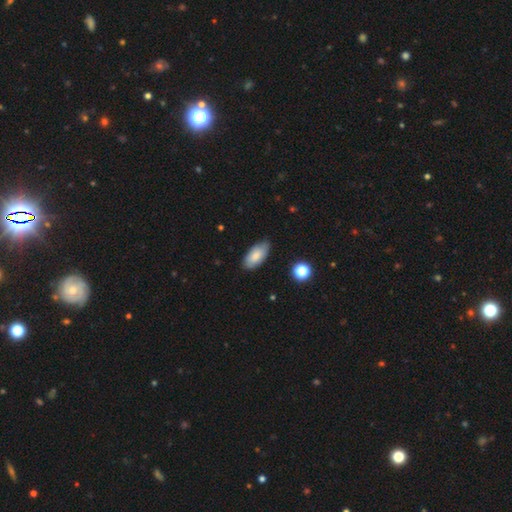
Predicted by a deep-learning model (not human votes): Overall: smooth (80%). How rounded: in between (92%). Merging: none (81%).